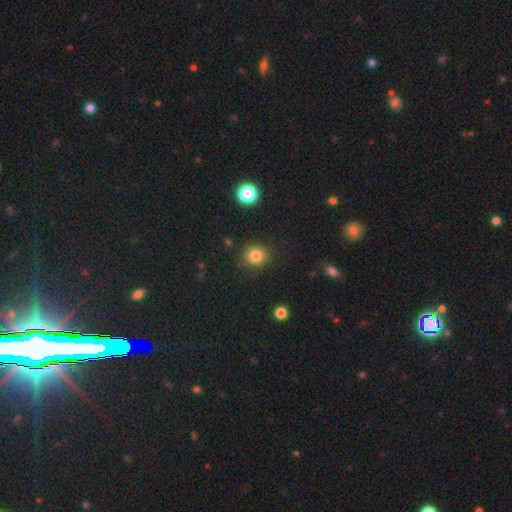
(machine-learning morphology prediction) smooth 83%, star or artifact 12%, featured or disk 5%. Down the decision tree: how rounded — round (86%); merging — none (87%).